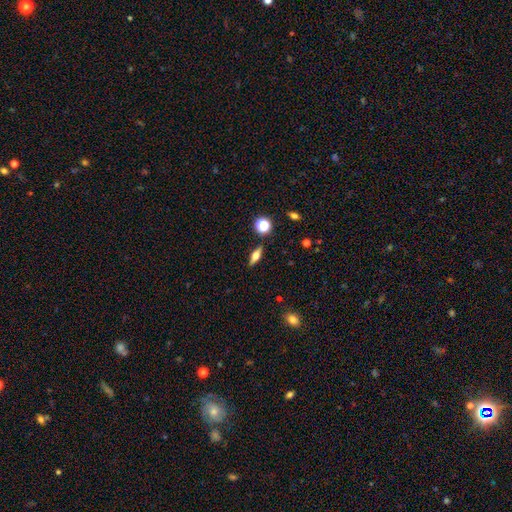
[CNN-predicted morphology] A smooth galaxy with no disk features (45%).

Vote fractions:
- Smooth or featured? smooth: 45% / featured or disk: 44% / star or artifact: 11%
- Merging? none: 86% / minor disturbance: 8% / merger: 3% / major disturbance: 2%